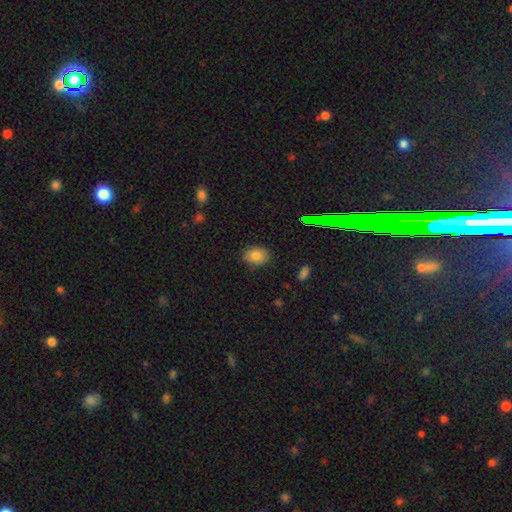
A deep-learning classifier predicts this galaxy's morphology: Overall: smooth (80%). How rounded: in between (76%). Merging: none (84%).